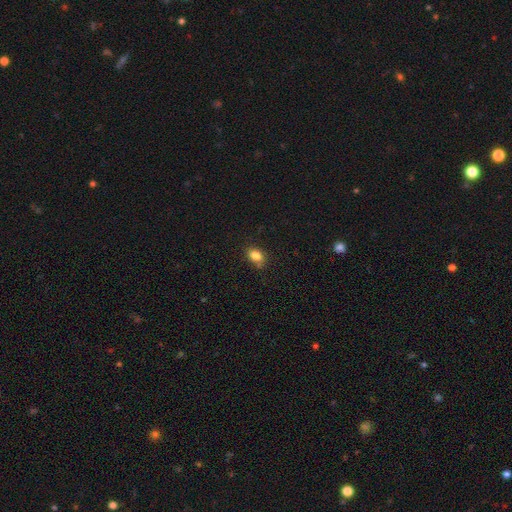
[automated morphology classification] smooth 83%, star or artifact 11%, featured or disk 7%. Down the decision tree: how rounded — in between (67%); merging — none (72%).